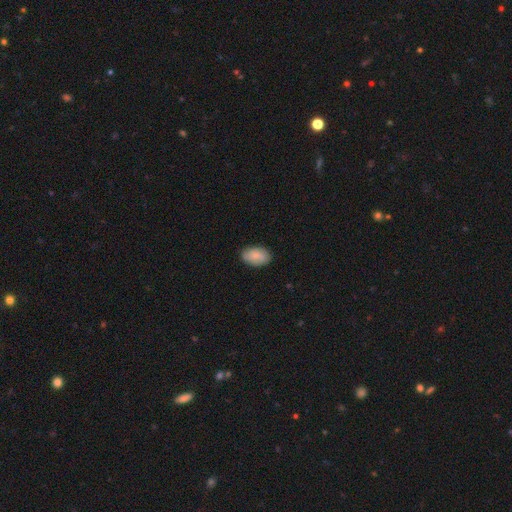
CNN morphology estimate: Smooth or featured: smooth — 78% (featured or disk — 15%)
How rounded: in between — 91% (round — 8%)
Merging: none — 83% (minor disturbance — 14%)